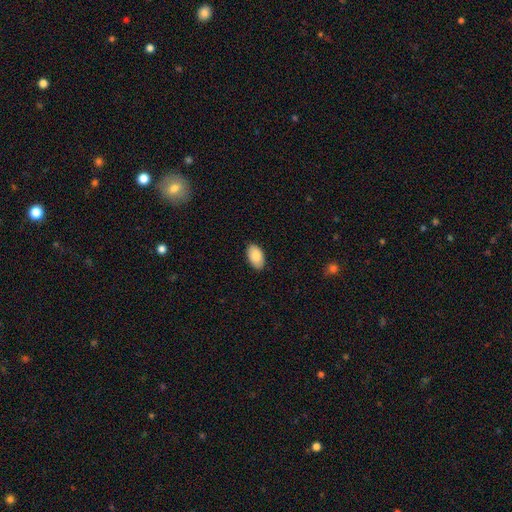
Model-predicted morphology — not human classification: Smooth or featured? smooth (87%)
How rounded? in between (95%)
Merging? none (87%)